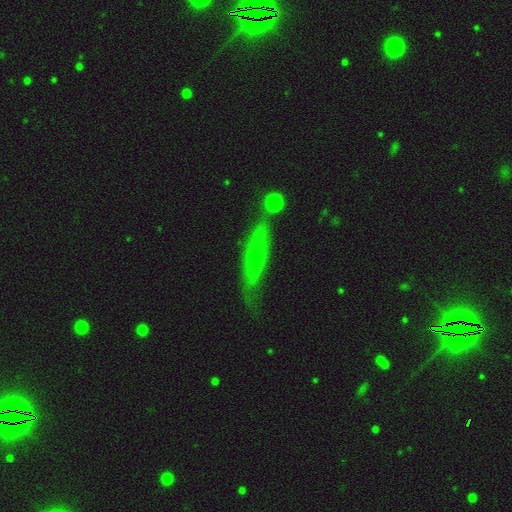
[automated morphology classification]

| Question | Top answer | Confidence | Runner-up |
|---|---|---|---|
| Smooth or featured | featured or disk | 49% | smooth (42%) |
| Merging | none | 63% | minor disturbance (21%) |